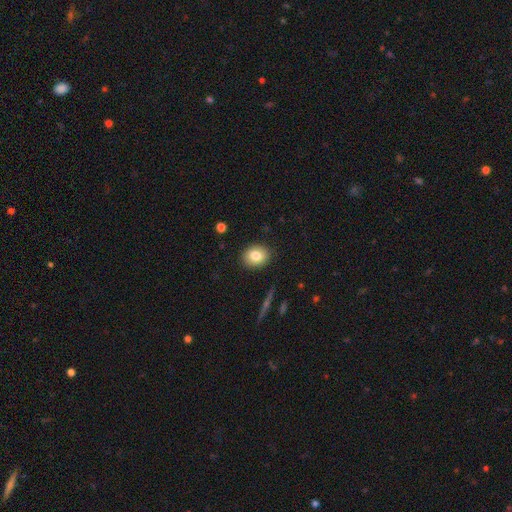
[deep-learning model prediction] smooth 81%, featured or disk 10%, star or artifact 9%. Down the decision tree: how rounded — round (55%); merging — none (89%).